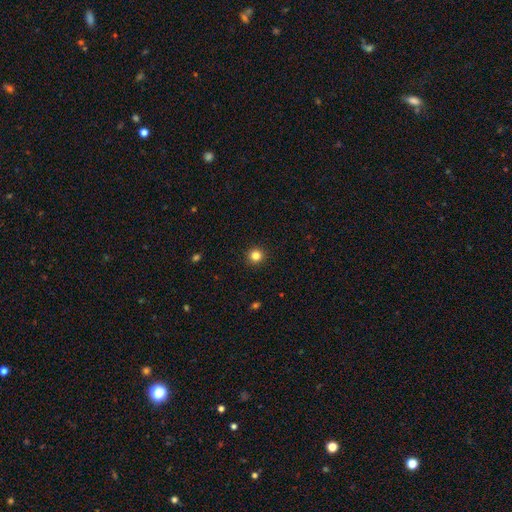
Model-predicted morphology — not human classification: A smooth galaxy with no disk features (83%) that is round (95%).

Vote fractions:
- Smooth or featured? smooth: 83% / star or artifact: 12% / featured or disk: 4%
- How rounded? round: 95% / in between: 4% / cigar-shaped: 1%
- Merging? none: 93% / minor disturbance: 4% / major disturbance: 2% / merger: 1%